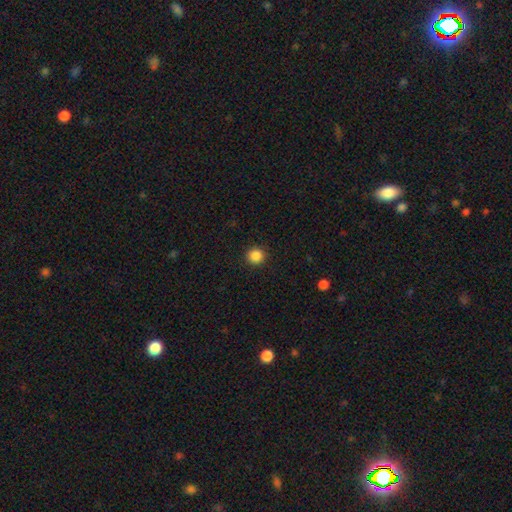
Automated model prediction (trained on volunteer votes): Smooth or featured? Predicted: smooth (p=0.87). How rounded? Predicted: round (p=0.94). Merging? Predicted: none (p=0.92).